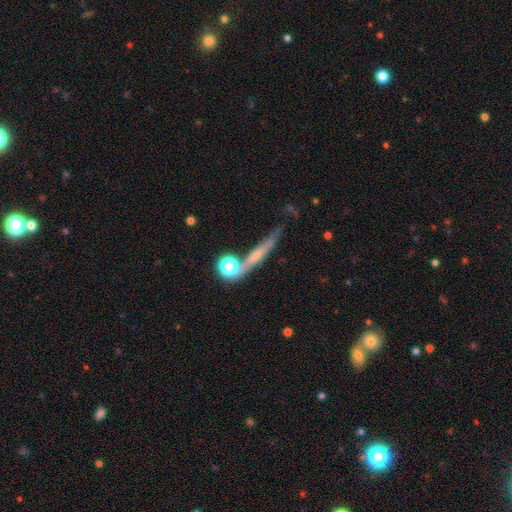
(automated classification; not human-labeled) smooth_or_featured: featured or disk (p=0.53) [alt: smooth p=0.32]
disk_edge_on: yes (p=0.84) [alt: no p=0.16]
merging: none (p=0.61) [alt: minor disturbance p=0.16]